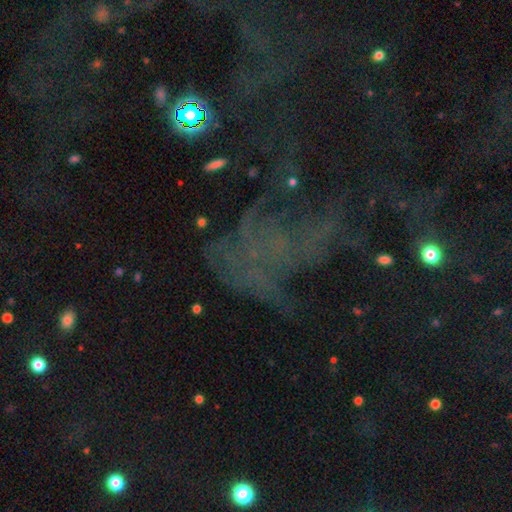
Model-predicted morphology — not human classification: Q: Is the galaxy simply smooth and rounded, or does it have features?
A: star or artifact — 59%.